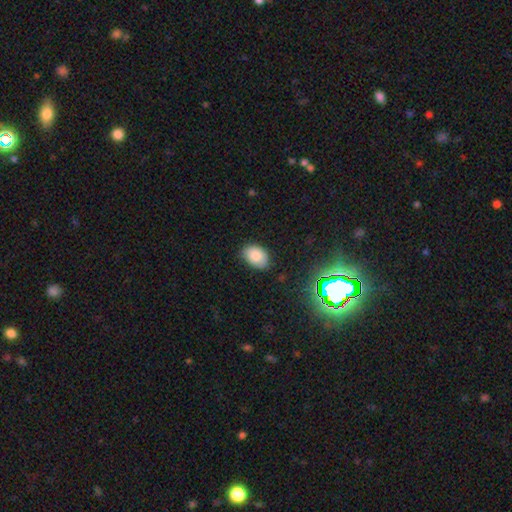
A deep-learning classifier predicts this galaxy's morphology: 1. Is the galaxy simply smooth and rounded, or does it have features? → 83% smooth, 10% star or artifact, 7% featured or disk.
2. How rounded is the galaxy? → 83% in between, 16% round, 1% cigar-shaped.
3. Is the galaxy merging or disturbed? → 77% none, 18% minor disturbance, 3% major disturbance, 1% merger.